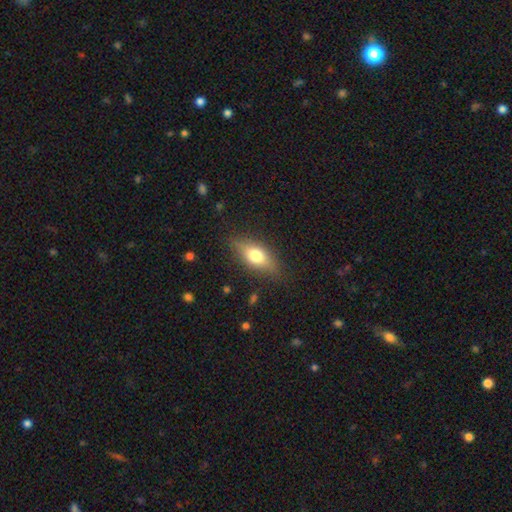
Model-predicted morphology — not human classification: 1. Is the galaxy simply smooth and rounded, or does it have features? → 66% smooth, 26% featured or disk, 8% star or artifact.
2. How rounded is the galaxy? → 75% in between, 19% cigar-shaped, 6% round.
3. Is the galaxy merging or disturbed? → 81% none, 14% minor disturbance, 4% major disturbance, 1% merger.